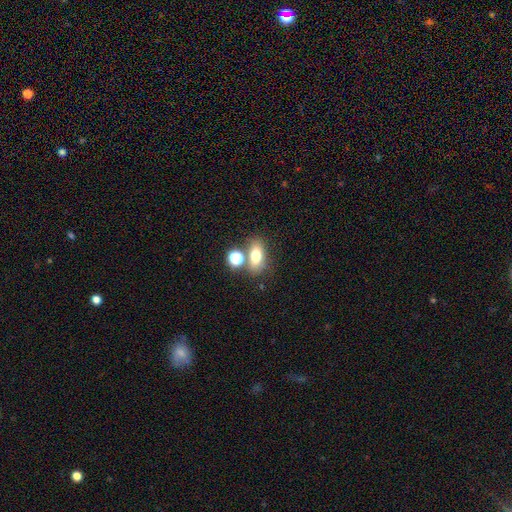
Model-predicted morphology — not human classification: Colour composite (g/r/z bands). It shows a smooth galaxy with no disk features (71%) that is in between round and cigar-shaped (75%). Merging: none (60%).